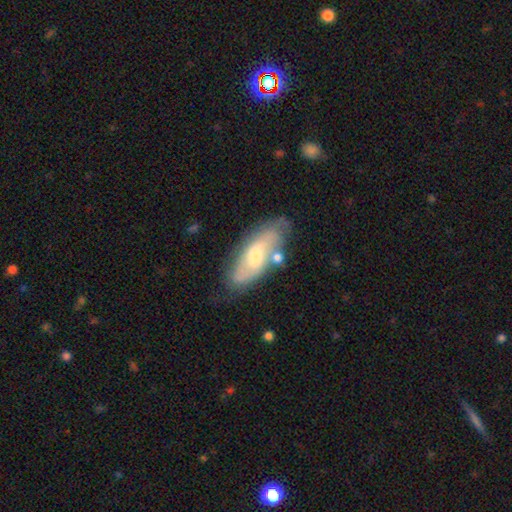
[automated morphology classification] featured or disk 59%, smooth 32%, star or artifact 9%. Down the decision tree: edge-on disk — no (79%); merging — none (69%).